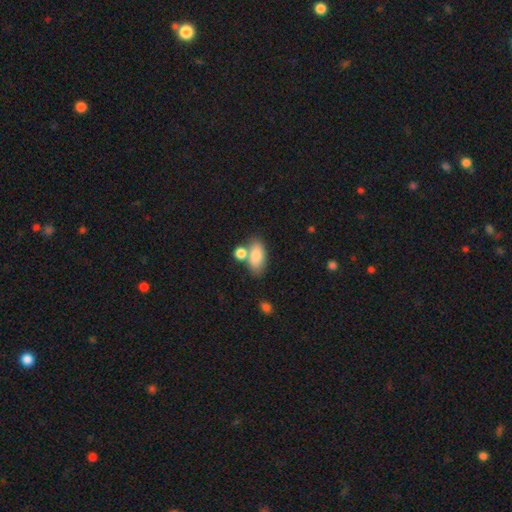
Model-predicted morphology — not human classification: smooth 81%, featured or disk 12%, star or artifact 7%. Down the decision tree: how rounded — in between (89%); merging — none (52%).